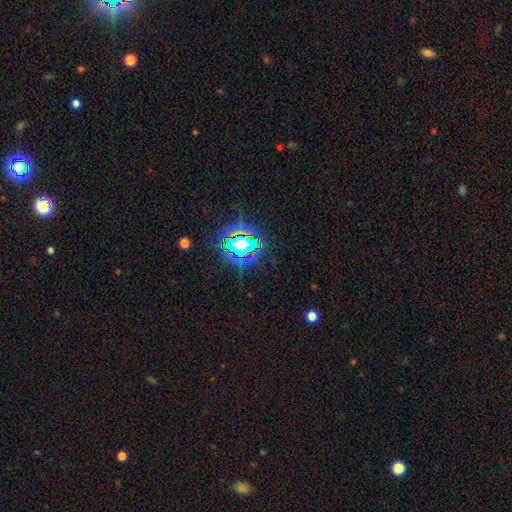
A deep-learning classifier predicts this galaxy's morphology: type=star or artifact (80%).